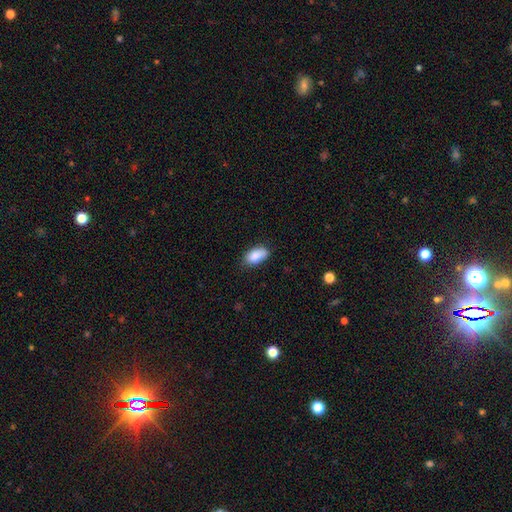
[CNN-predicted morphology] Smooth or featured: smooth — 86% (star or artifact — 7%)
How rounded: in between — 92% (round — 5%)
Merging: none — 68% (minor disturbance — 26%)